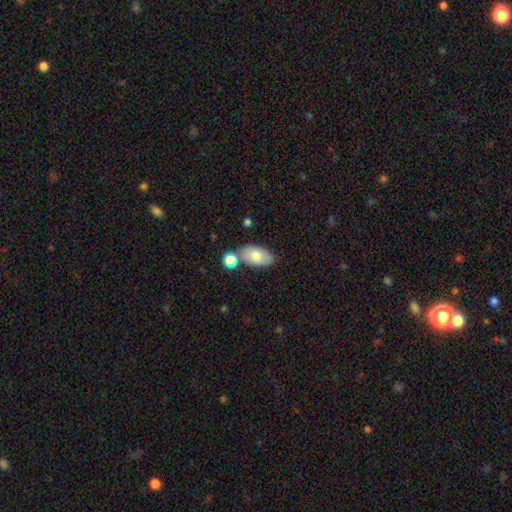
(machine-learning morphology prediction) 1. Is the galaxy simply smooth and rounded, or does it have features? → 76% smooth, 17% featured or disk, 7% star or artifact.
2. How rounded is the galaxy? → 93% in between, 5% round, 2% cigar-shaped.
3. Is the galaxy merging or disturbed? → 69% none, 14% minor disturbance, 13% merger, 3% major disturbance.